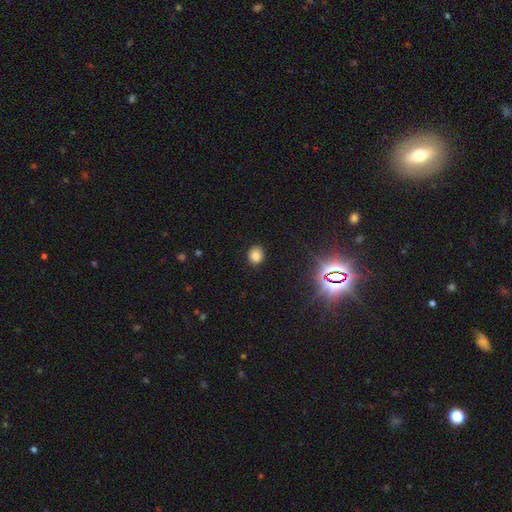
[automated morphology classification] Smooth or featured? smooth (80%)
How rounded? round (72%)
Merging? none (86%)